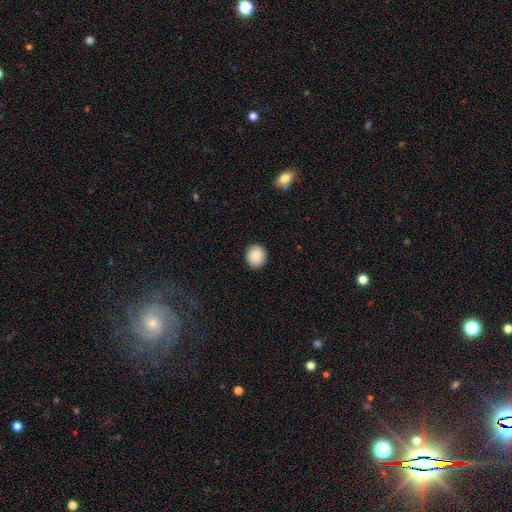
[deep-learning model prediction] The model was most divided on "how rounded": round: 80%, in between: 19%, cigar-shaped: 1%. More confident: merging — none (91%); smooth or featured — smooth (87%).